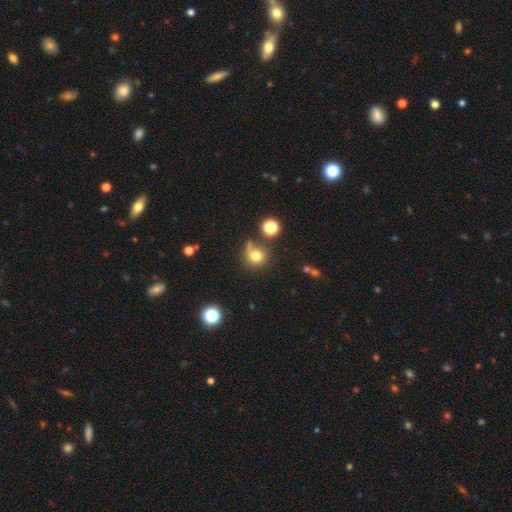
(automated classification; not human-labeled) Morphology: type=smooth (75%); roundness=round (88%); merging=none (60%).